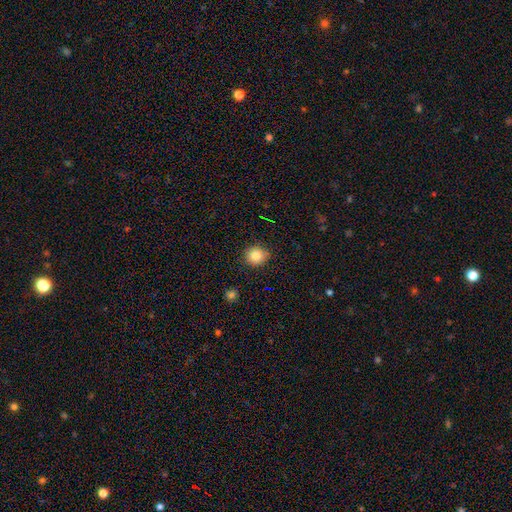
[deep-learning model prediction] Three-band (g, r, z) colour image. It shows a smooth galaxy with no disk features (84%) that is round (88%). Merging: none (89%).